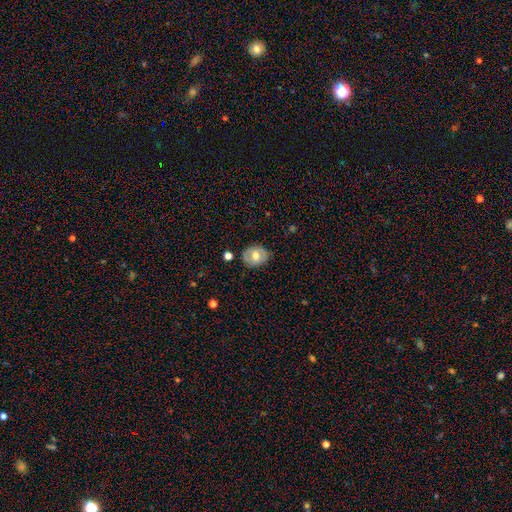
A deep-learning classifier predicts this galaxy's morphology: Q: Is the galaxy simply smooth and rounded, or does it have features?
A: smooth — 56%.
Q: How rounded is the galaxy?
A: in between — 53%.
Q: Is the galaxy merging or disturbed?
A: none — 78%.